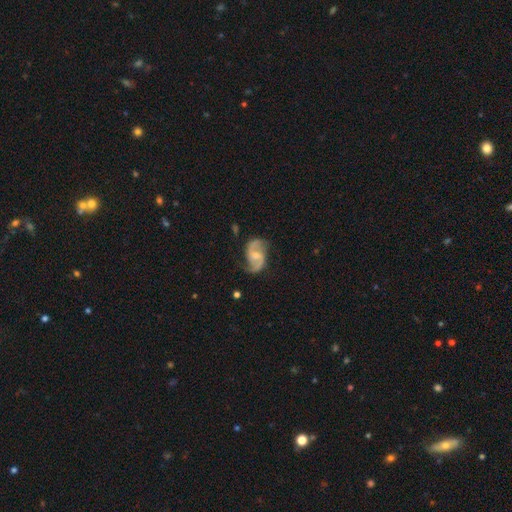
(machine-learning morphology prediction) A featured or disk galaxy (87%) with a weak bar (47%), 2 (93%) medium (49%) spiral arms (97%) and a moderate central bulge (45%). Merging: none (74%).